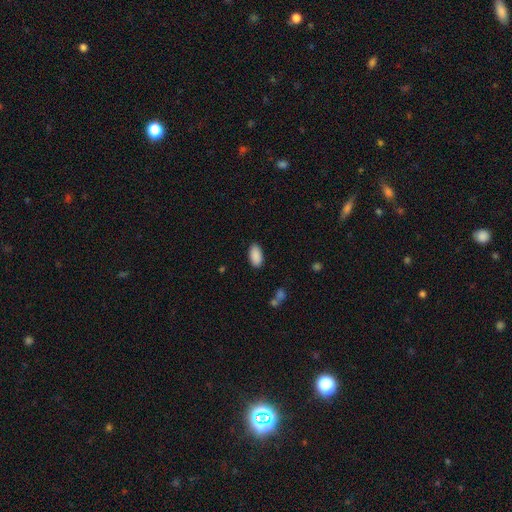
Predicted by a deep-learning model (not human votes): The model was most divided on "merging": none: 87%, minor disturbance: 9%, major disturbance: 2%, merger: 1%. More confident: how rounded — in between (94%); smooth or featured — smooth (90%).